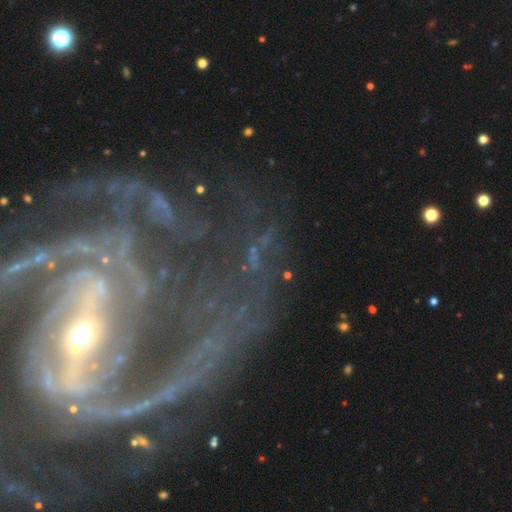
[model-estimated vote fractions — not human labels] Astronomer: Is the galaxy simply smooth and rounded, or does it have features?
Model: featured or disk — 89%.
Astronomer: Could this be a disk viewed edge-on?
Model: no — 96%.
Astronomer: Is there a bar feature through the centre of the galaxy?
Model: strong — 63%.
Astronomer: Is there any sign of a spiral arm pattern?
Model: yes — 94%.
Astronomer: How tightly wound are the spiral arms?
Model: medium — 41%, tied with tight at 41%.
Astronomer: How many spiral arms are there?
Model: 2 — 38% (runner-up: can't tell, 18%).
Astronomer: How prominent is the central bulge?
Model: small — 63%.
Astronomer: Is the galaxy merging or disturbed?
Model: none — 57%.